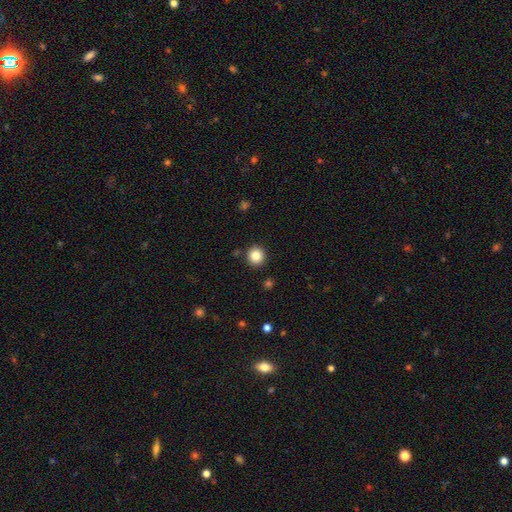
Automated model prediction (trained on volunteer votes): Smooth or featured?
  - smooth: 85% *
  - star or artifact: 10%
  - featured or disk: 5%
How rounded?
  - round: 93% *
  - in between: 7%
  - cigar-shaped: 1%
Merging?
  - none: 90% *
  - minor disturbance: 6%
  - merger: 2%
  - major disturbance: 2%